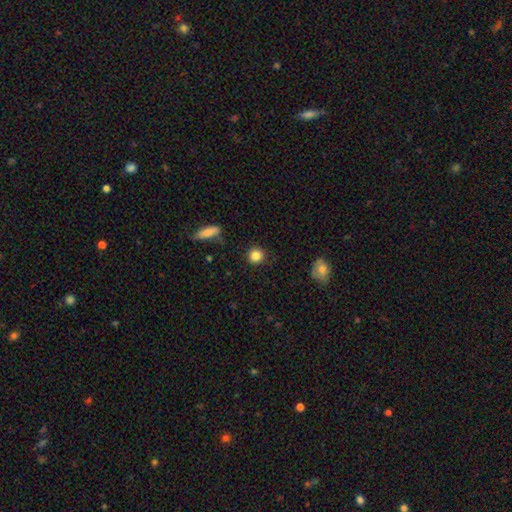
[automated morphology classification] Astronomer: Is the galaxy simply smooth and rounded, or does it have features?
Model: smooth — 85%.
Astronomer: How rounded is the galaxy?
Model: round — 92%.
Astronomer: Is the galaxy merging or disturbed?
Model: none — 89%.